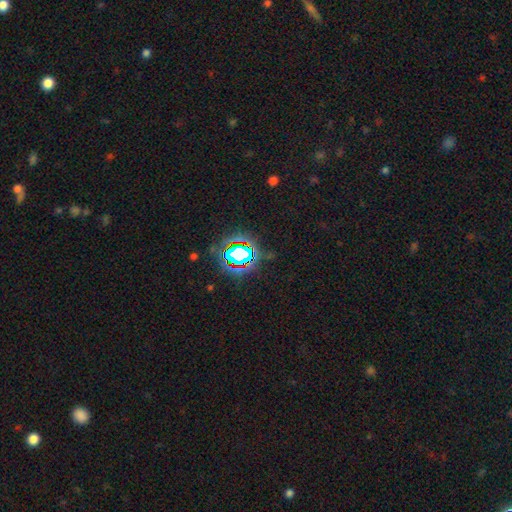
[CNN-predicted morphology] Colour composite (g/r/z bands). It shows a star or artifact, not a galaxy (81%).